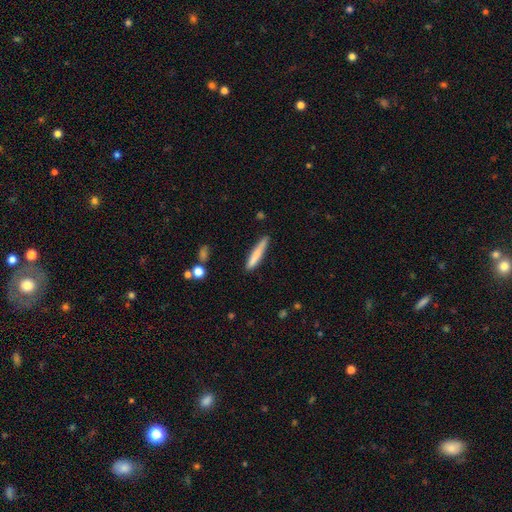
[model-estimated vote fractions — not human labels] A smooth galaxy with no disk features (78%) that is cigar-shaped (92%).

Vote fractions:
- Smooth or featured? smooth: 78% / featured or disk: 16% / star or artifact: 6%
- How rounded? cigar-shaped: 92% / in between: 6% / round: 1%
- Merging? none: 82% / minor disturbance: 14% / major disturbance: 2% / merger: 2%